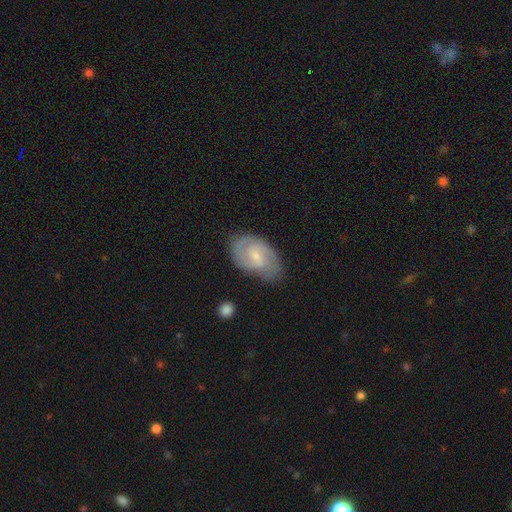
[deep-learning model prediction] A featured or disk galaxy (66%) with a weak bar (55%), 2 (68%) medium (46%) spiral arms (90%) and a small central bulge (65%).

Vote fractions:
- Smooth or featured? featured or disk: 66% / smooth: 28% / star or artifact: 6%
- Edge-on disk? no: 97% / yes: 3%
- Bar? weak: 55% / no: 35% / strong: 10%
- Spiral arms? yes: 90% / no: 10%
- Spiral winding? medium: 46% / tight: 38% / loose: 15%
- Spiral arm count? 2: 68% / can't tell: 18% / 3: 7% / 1: 4% / 4: 2% / more than 4: 2%
- Bulge size? small: 65% / moderate: 27% / none: 6% / large: 1% / dominant: 1%
- Merging? none: 68% / minor disturbance: 24% / major disturbance: 6% / merger: 2%